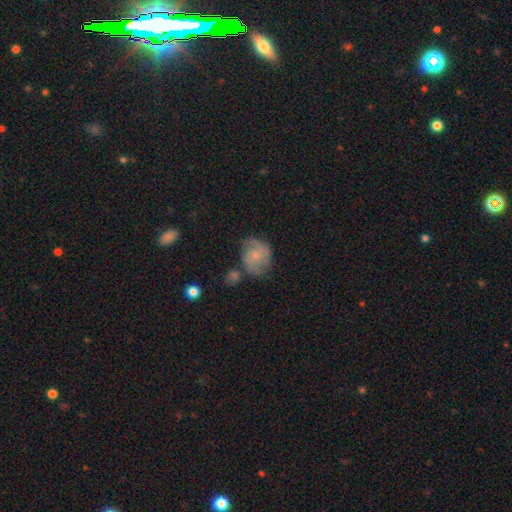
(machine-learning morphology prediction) Overall: featured or disk (54%; smooth 38%). Edge-on disk: no (97%). Bar: no (68%). Spiral arms: yes (85%). Bulge size: small (62%; moderate 23%). Merging: none (55%; minor disturbance 25%).